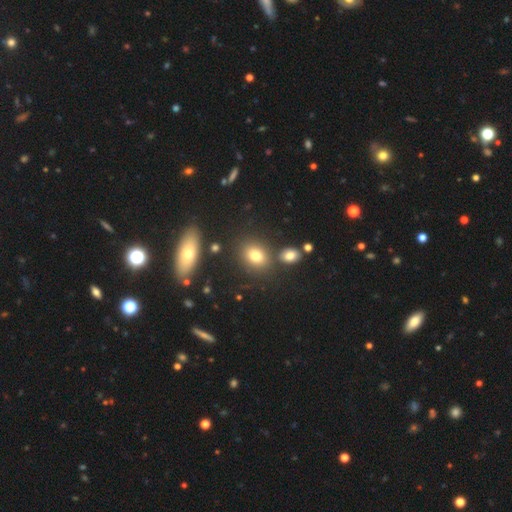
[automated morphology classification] smooth 77%, star or artifact 12%, featured or disk 11%. Down the decision tree: how rounded — in between (59%); merging — none (75%).